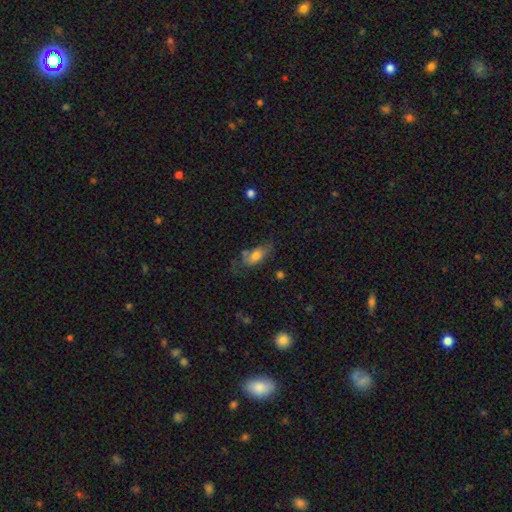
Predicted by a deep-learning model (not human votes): Smooth or featured: smooth — 71% (featured or disk — 20%)
How rounded: in between — 86% (cigar-shaped — 10%)
Merging: none — 46% (minor disturbance — 28%)